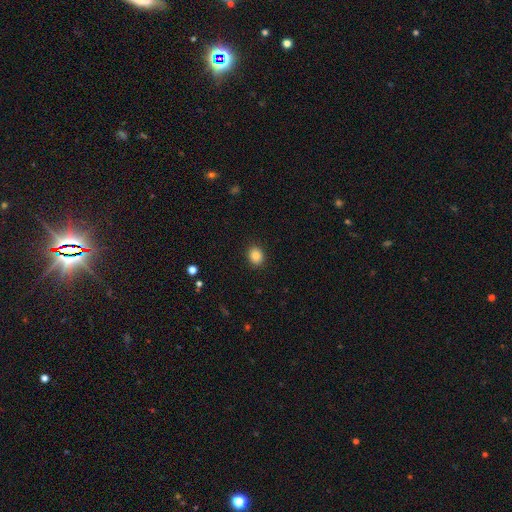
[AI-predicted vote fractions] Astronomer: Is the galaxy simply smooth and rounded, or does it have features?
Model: smooth — 85%.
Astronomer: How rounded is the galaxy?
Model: round — 64%.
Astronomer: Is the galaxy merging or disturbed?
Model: none — 90%.